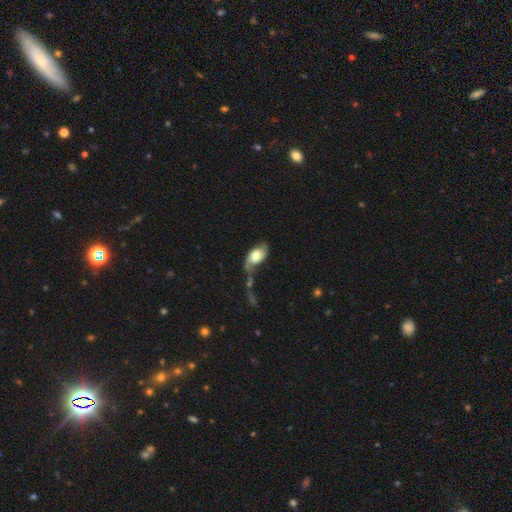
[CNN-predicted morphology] Smooth or featured?
  - featured or disk: 54% *
  - smooth: 39%
  - star or artifact: 7%
Edge-on disk?
  - no: 93% *
  - yes: 7%
Bar?
  - no: 66% *
  - weak: 27%
  - strong: 7%
Spiral arms?
  - yes: 81% *
  - no: 19%
Bulge size?
  - moderate: 52% *
  - large: 29%
  - small: 13%
  - dominant: 4%
  - none: 3%
Merging?
  - none: 29% * (tied)
  - merger: 29% * (tied)
  - major disturbance: 24%
  - minor disturbance: 18%